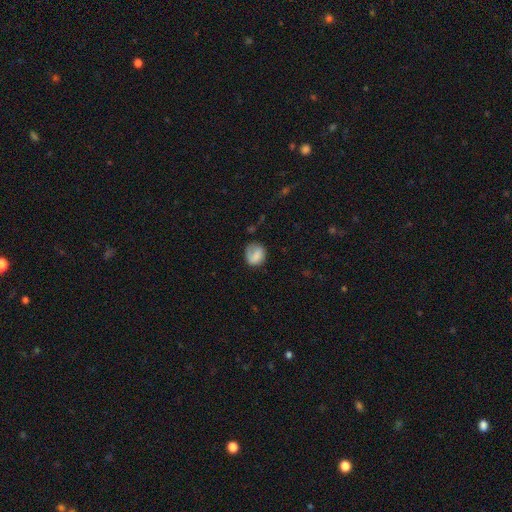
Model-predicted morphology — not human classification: A smooth galaxy with no disk features (75%) that is round (68%). Merging: none (56%).